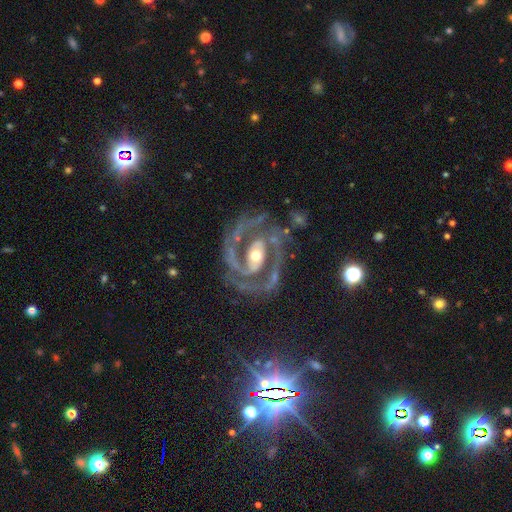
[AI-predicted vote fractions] The model was most divided on "spiral winding": medium: 48%, tight: 43%, loose: 9%. Remaining: edge-on disk — no (98%); spiral arms — yes (97%); smooth or featured — featured or disk (93%); spiral arm count — 2 (75%); merging — none (69%); bulge size — moderate (68%); bar — no (41%).